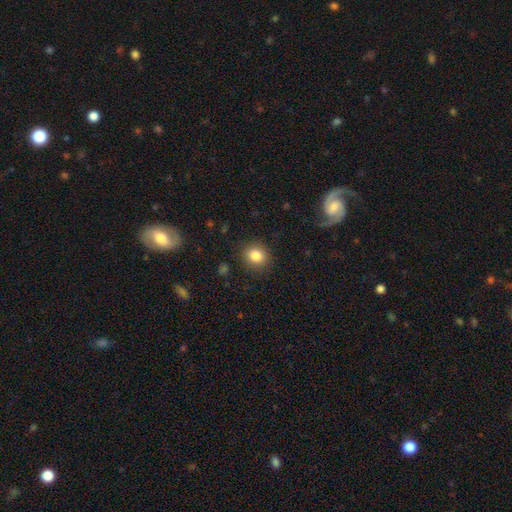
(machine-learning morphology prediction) This appears to be a smooth galaxy with no disk features (85%) that is round (75%). Merging: none (87%).